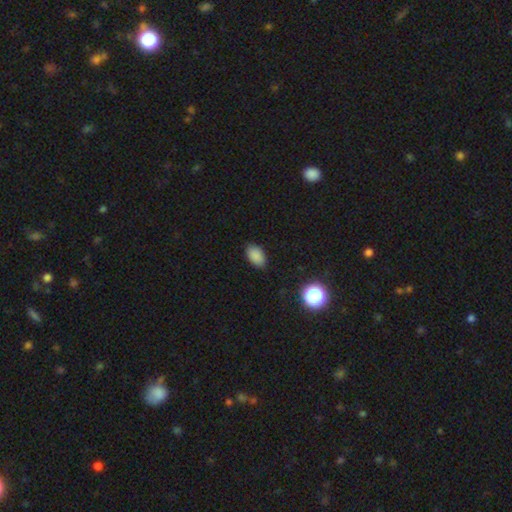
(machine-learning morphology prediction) Overall: smooth (85%). How rounded: in between (90%). Merging: none (83%).